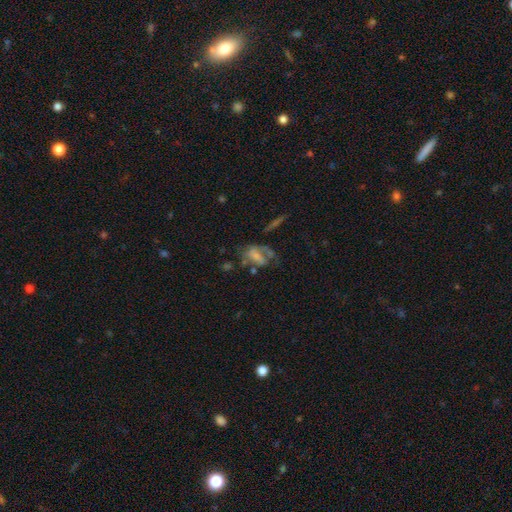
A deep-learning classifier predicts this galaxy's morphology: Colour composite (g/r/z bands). It shows a featured or disk galaxy (48%). Merging: major disturbance (37%).